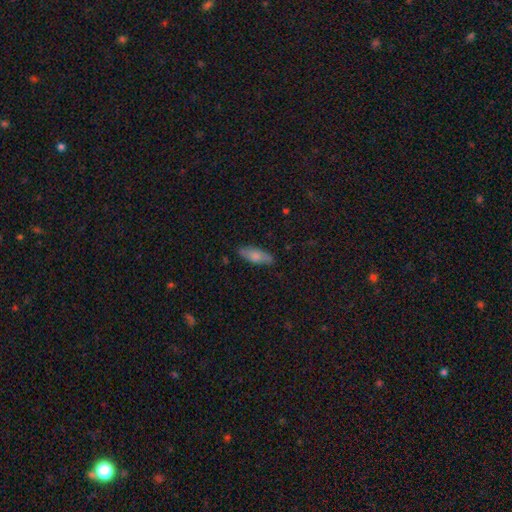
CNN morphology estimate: This appears to be a smooth galaxy with no disk features (74%) that is in between round and cigar-shaped (66%). Merging: none (83%).